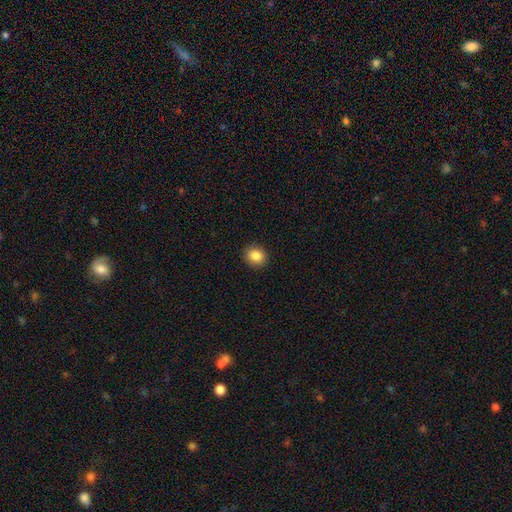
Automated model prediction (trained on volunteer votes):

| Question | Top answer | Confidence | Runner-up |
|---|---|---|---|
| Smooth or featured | smooth | 86% | star or artifact (9%) |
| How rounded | round | 73% | in between (26%) |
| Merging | none | 91% | minor disturbance (6%) |